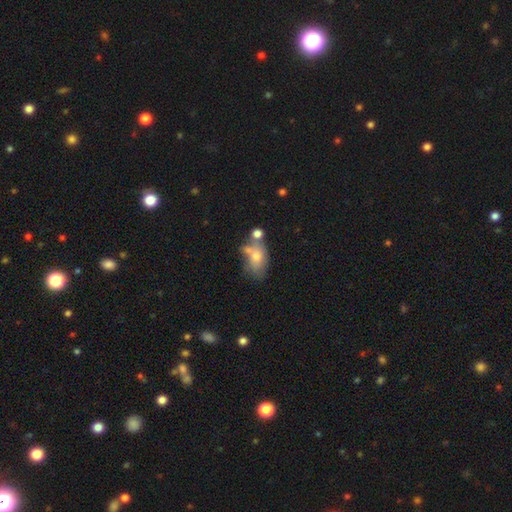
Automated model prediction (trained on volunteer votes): Smooth or featured?
  - smooth: 61% *
  - featured or disk: 29%
  - star or artifact: 11%
How rounded?
  - in between: 85% *
  - round: 12%
  - cigar-shaped: 3%
Merging?
  - none: 33% *
  - merger: 30%
  - minor disturbance: 22%
  - major disturbance: 15%